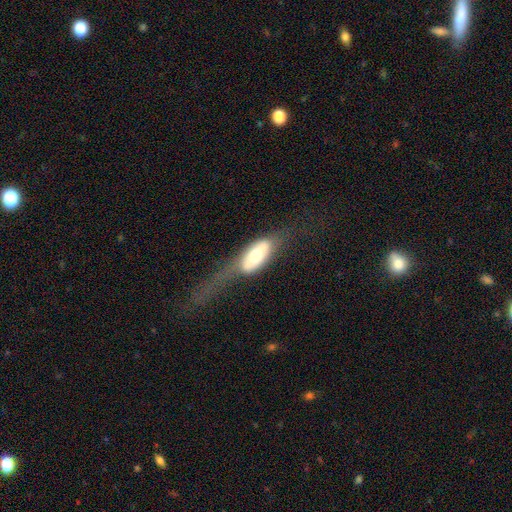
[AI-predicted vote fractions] Q: Smooth or featured?
A: smooth (57%); runner-up: featured or disk (37%)
Q: How rounded?
A: in between (80%); runner-up: cigar-shaped (16%)
Q: Merging?
A: major disturbance (51%); runner-up: none (21%)